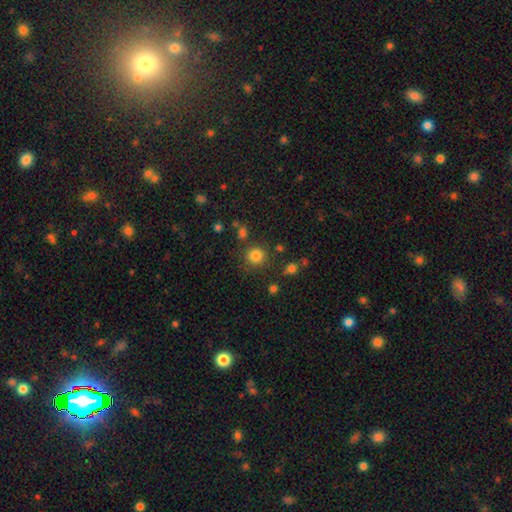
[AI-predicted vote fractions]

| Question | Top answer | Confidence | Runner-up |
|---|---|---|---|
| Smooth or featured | smooth | 82% | star or artifact (13%) |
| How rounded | round | 92% | in between (7%) |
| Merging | none | 82% | minor disturbance (9%) |